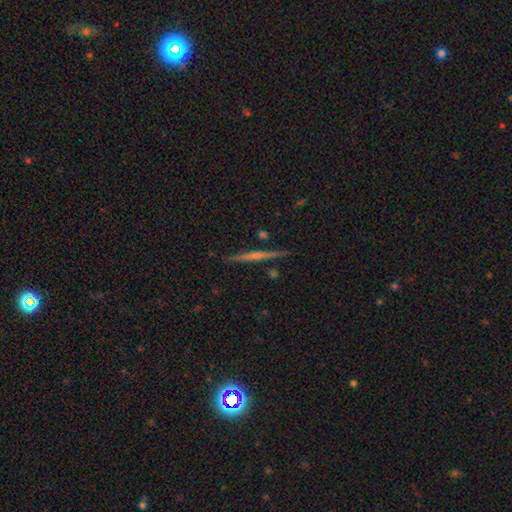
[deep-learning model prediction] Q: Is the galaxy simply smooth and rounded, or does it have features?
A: featured or disk — 74%.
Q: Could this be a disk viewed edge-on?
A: yes — 98%.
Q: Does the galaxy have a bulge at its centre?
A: rounded — 58%.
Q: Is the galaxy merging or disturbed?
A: none — 91%.